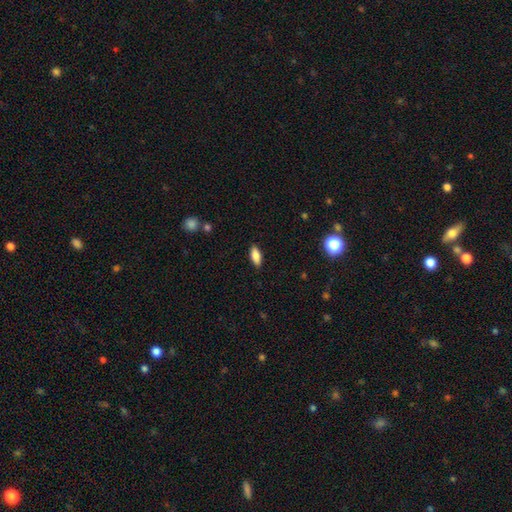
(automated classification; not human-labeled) smooth-or-featured: smooth: 84% | featured or disk: 9% | star or artifact: 8%
  how-rounded: in between: 79% | cigar-shaped: 19% | round: 2%
  merging: none: 88% | minor disturbance: 9% | major disturbance: 2% | merger: 1%